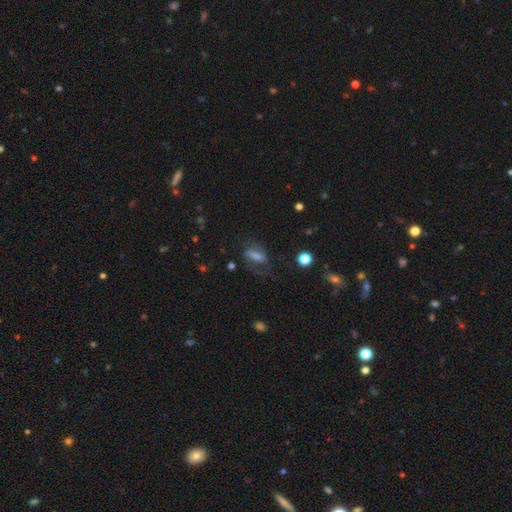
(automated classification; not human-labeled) The model was most divided on "smooth or featured": featured or disk: 45%, smooth: 37%, star or artifact: 18%. More confident: merging — none (59%).